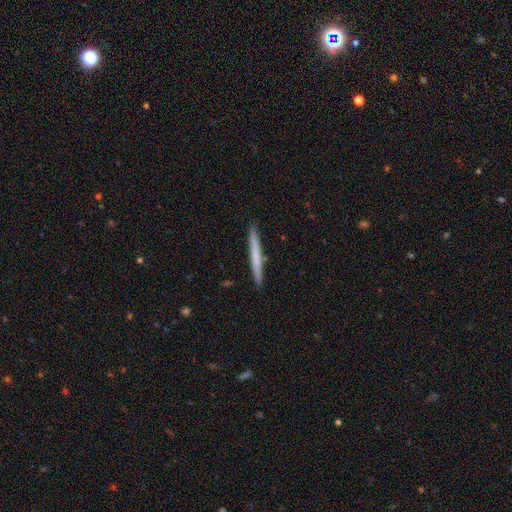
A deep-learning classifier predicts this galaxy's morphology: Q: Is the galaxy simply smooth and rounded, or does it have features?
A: smooth — 62%.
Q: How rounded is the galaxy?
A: cigar-shaped — 97%.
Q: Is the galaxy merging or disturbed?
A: none — 92%.